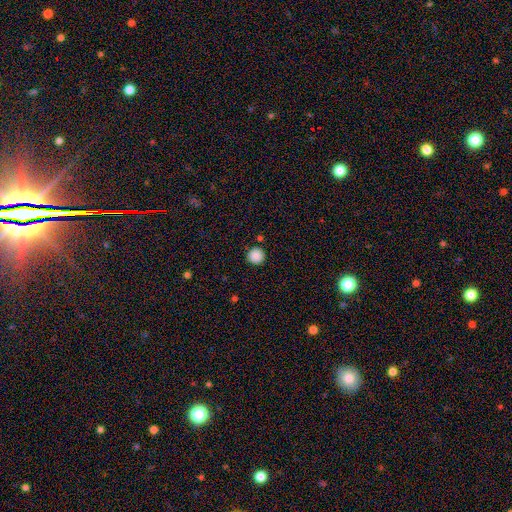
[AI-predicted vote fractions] smooth-or-featured: smooth: 88% | star or artifact: 10% | featured or disk: 3%
  how-rounded: round: 96% | in between: 3% | cigar-shaped: 1%
  merging: none: 90% | minor disturbance: 5% | merger: 2% | major disturbance: 2%